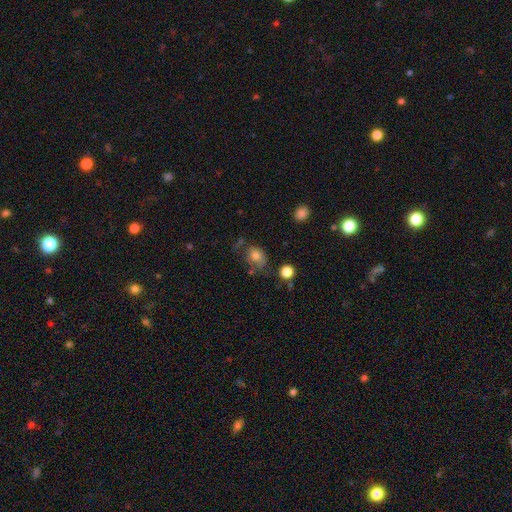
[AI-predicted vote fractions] Morphology: type=smooth (75%); roundness=in between (56%); merging=none (48%).